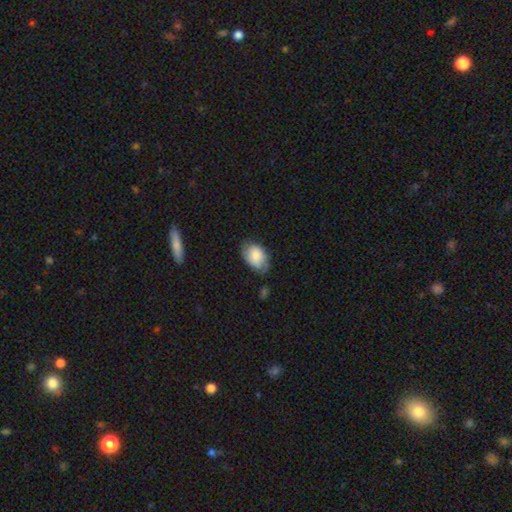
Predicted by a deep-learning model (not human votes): smooth-or-featured: smooth: 74% | featured or disk: 19% | star or artifact: 7%
  how-rounded: in between: 86% | round: 12% | cigar-shaped: 1%
  merging: none: 60% | minor disturbance: 30% | major disturbance: 7% | merger: 2%